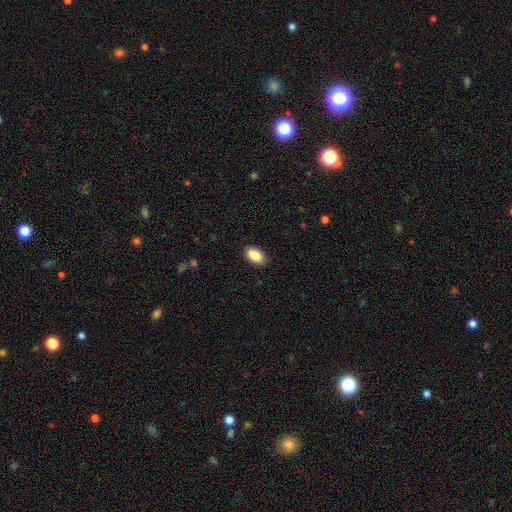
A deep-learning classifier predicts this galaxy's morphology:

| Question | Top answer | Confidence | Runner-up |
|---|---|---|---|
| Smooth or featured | smooth | 87% | star or artifact (7%) |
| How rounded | in between | 91% | round (7%) |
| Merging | none | 84% | minor disturbance (12%) |